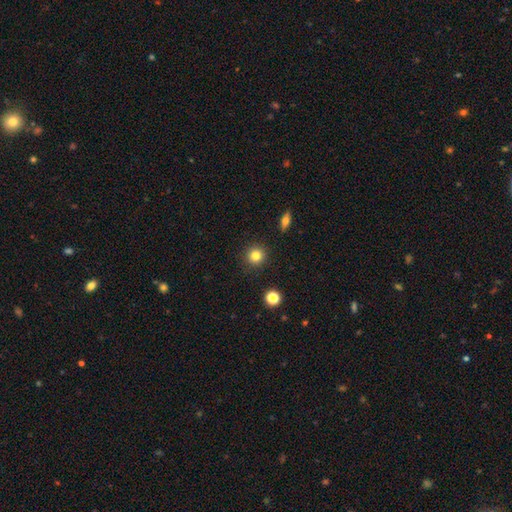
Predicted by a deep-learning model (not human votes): Q: Smooth or featured?
A: smooth (83%); runner-up: star or artifact (11%)
Q: How rounded?
A: round (94%); runner-up: in between (5%)
Q: Merging?
A: none (91%); runner-up: minor disturbance (5%)